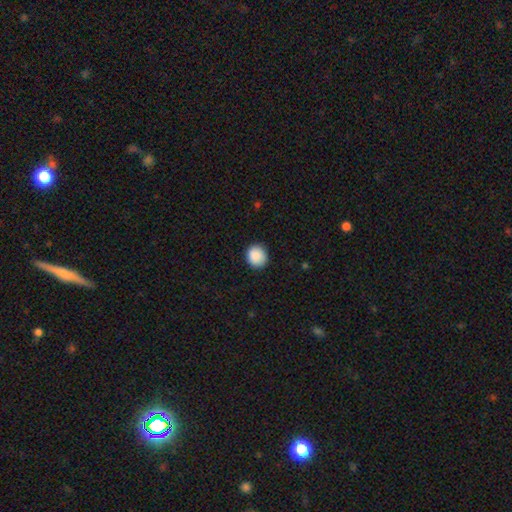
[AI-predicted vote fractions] Smooth or featured? smooth (90%)
How rounded? round (84%)
Merging? none (89%)